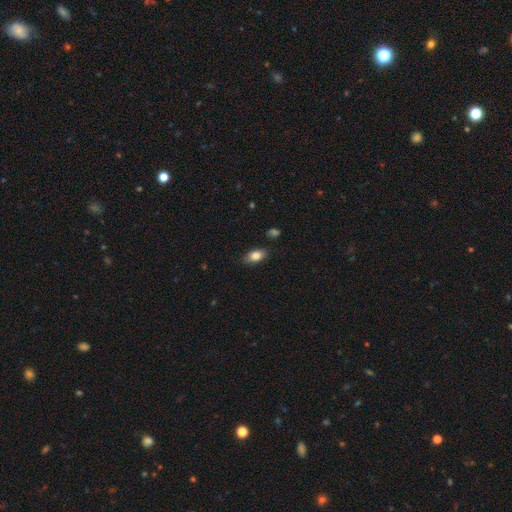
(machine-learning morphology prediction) type=smooth (81%); roundness=in between (87%); merging=none (82%).